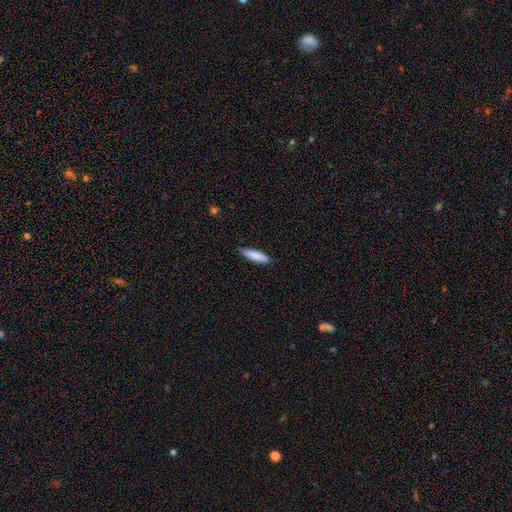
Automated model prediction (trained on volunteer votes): The model was most divided on "how rounded": cigar-shaped: 70%, in between: 29%, round: 1%. More confident: smooth or featured — smooth (86%); merging — none (83%).